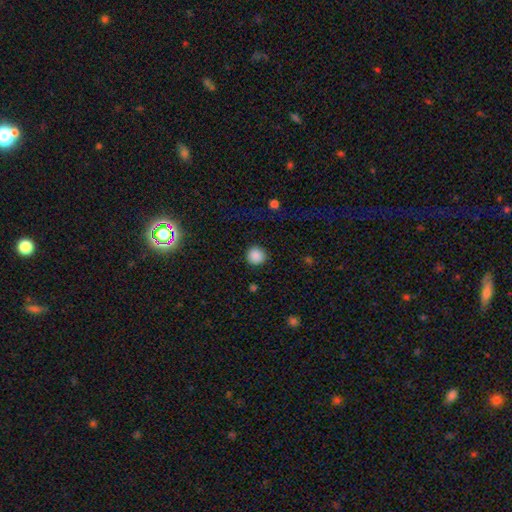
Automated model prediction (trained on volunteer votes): smooth-or-featured: smooth: 88% | star or artifact: 10% | featured or disk: 3%
  how-rounded: round: 93% | in between: 6% | cigar-shaped: 1%
  merging: none: 90% | minor disturbance: 6% | major disturbance: 2% | merger: 1%